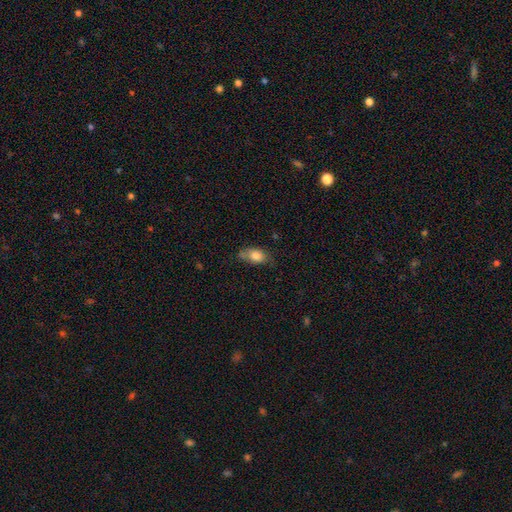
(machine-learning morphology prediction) Smooth or featured? smooth (82%)
How rounded? in between (79%)
Merging? none (54%)